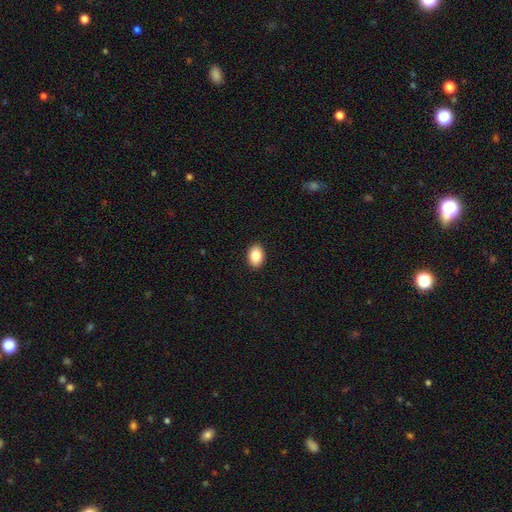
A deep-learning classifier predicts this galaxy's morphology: Smooth or featured?
  - smooth: 88% *
  - star or artifact: 8%
  - featured or disk: 5%
How rounded?
  - in between: 78% *
  - round: 21%
  - cigar-shaped: 1%
Merging?
  - none: 91% *
  - minor disturbance: 6%
  - major disturbance: 2%
  - merger: 1%